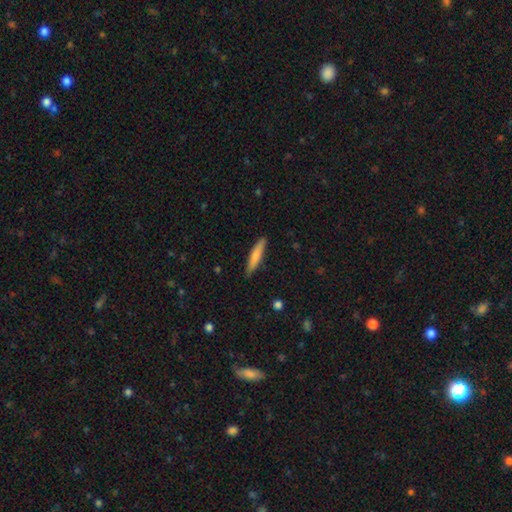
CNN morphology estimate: This is likely a smooth galaxy (75%). How rounded: clearly cigar-shaped (88%). Merging: clearly none (86%).